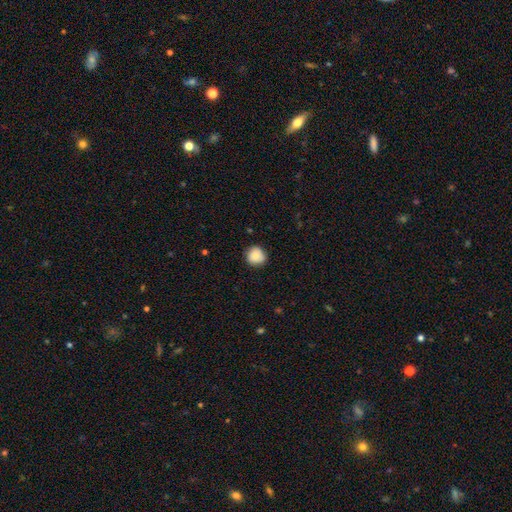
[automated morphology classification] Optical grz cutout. It shows a smooth galaxy with no disk features (85%) that is round (91%). Merging: none (84%).